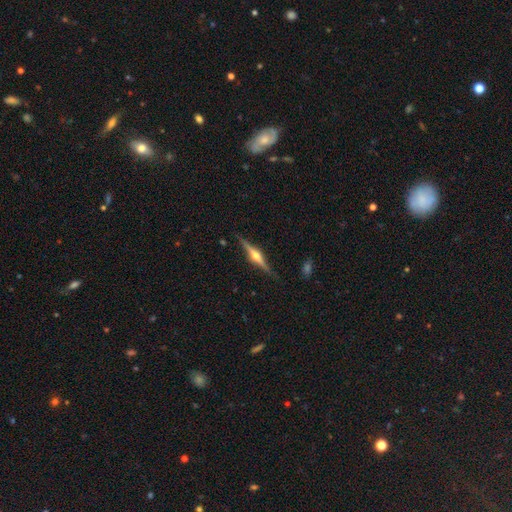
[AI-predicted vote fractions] featured or disk 83%, smooth 12%, star or artifact 5%. Down the decision tree: edge-on disk — yes (98%); edge-on bulge — rounded (93%); merging — none (88%).